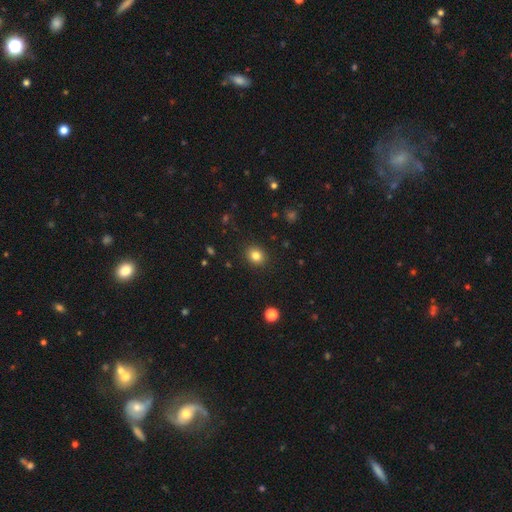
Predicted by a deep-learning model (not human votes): Smooth or featured? smooth (82%)
How rounded? round (73%)
Merging? none (90%)